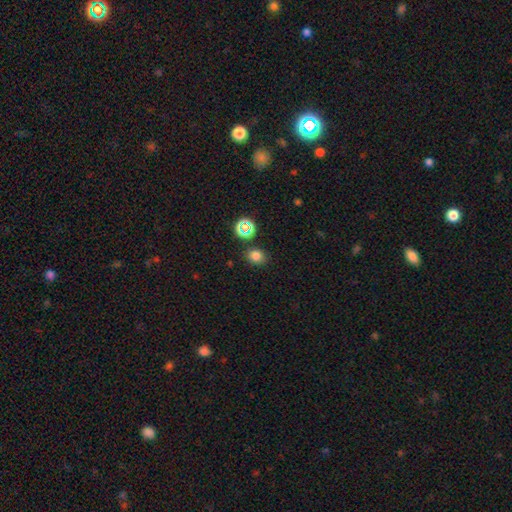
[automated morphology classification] A smooth galaxy with no disk features (76%) that is round (62%). Merging: none (83%).